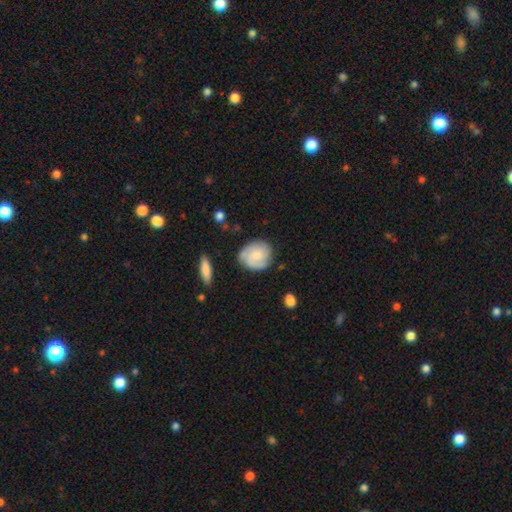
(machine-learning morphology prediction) A featured or disk galaxy (51%).

Vote fractions:
- Smooth or featured? featured or disk: 51% / smooth: 42% / star or artifact: 6%
- Edge-on disk? no: 97% / yes: 3%
- Merging? none: 74% / minor disturbance: 18% / major disturbance: 5% / merger: 3%